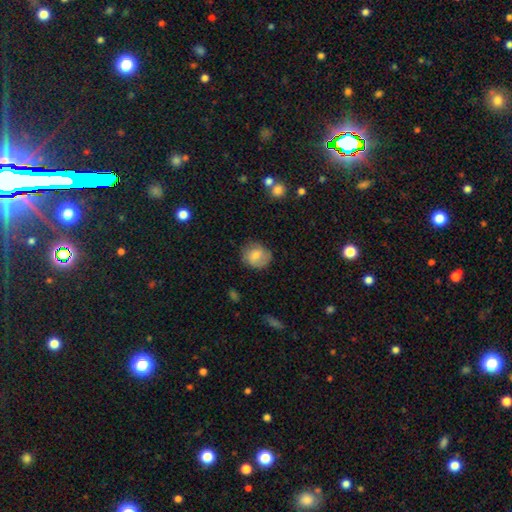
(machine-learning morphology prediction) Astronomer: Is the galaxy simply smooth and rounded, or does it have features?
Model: smooth — 71%.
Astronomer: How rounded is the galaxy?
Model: round — 75%.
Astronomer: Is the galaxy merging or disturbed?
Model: none — 72%.